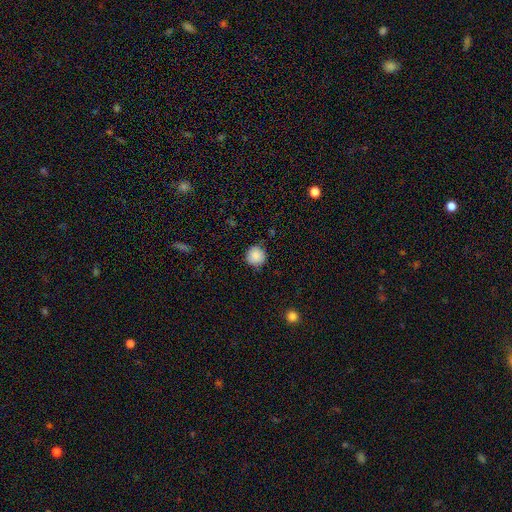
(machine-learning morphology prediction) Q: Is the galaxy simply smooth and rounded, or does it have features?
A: smooth — 87%.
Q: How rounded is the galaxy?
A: round — 94%.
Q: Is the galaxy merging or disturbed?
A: none — 84%.